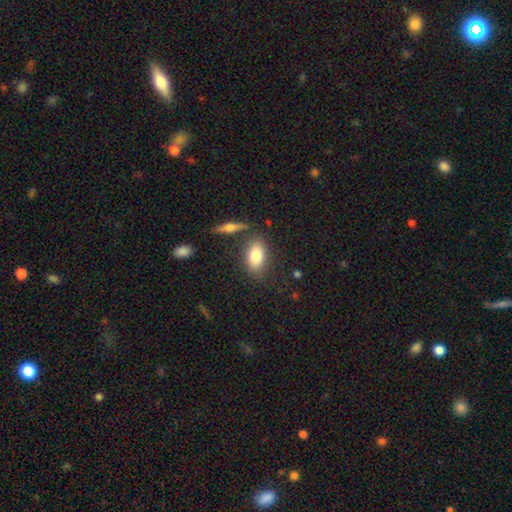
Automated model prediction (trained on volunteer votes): smooth_or_featured: smooth (p=0.79) [alt: featured or disk p=0.14]
how_rounded: in between (p=0.87) [alt: round p=0.09]
merging: none (p=0.76) [alt: minor disturbance p=0.12]